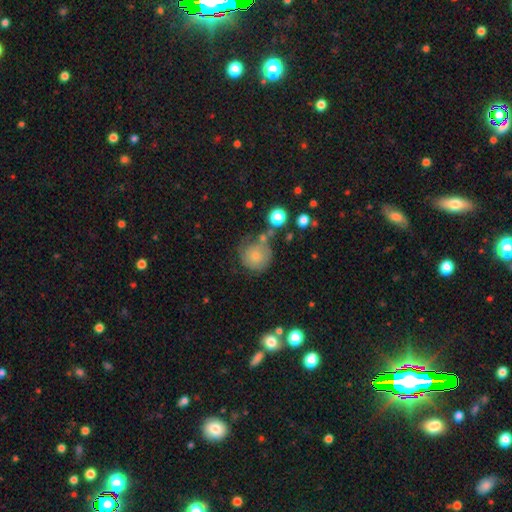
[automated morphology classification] type=smooth (74%); roundness=round (92%); merging=none (56%).